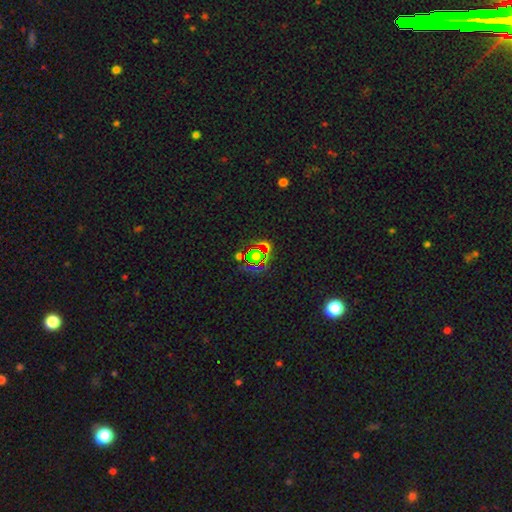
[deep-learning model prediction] This is possibly a star or artifact rather than a galaxy (59%).